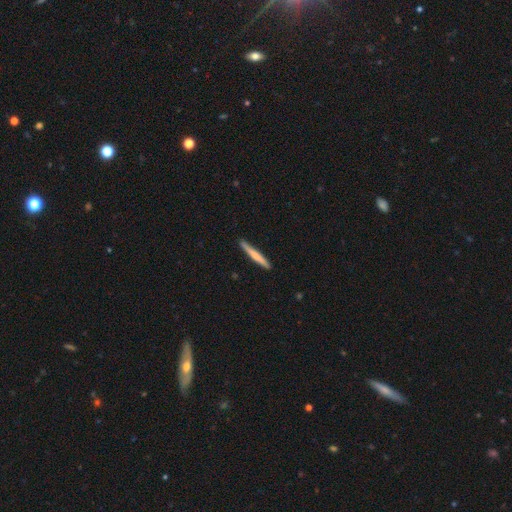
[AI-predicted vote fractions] A smooth galaxy with no disk features (57%) that is cigar-shaped (96%). Merging: none (89%).